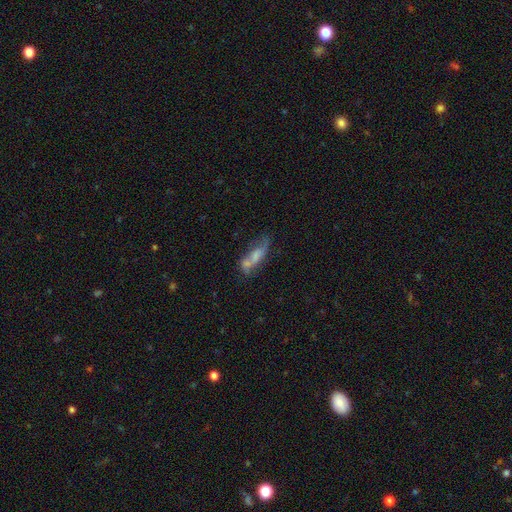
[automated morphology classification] smooth-or-featured: featured or disk: 48% | smooth: 41% | star or artifact: 11%
  merging: none: 42% | merger: 23% | minor disturbance: 21% | major disturbance: 14%